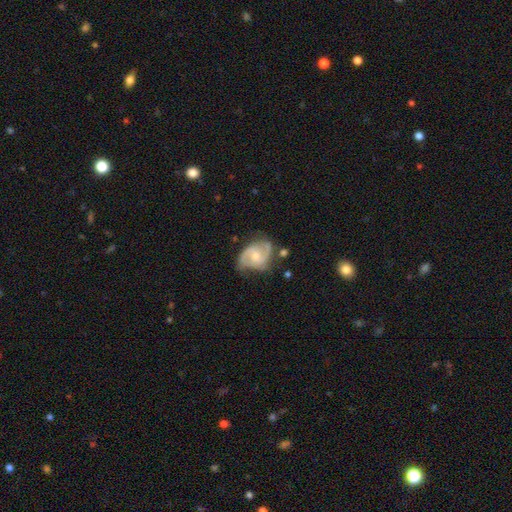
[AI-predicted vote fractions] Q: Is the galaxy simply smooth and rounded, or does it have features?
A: featured or disk — 83%.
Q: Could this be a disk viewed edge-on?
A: no — 98%.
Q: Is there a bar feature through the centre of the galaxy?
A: no — 56%.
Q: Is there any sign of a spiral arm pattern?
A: yes — 96%.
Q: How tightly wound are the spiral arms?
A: medium — 55%.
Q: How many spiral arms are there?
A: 2 — 77%.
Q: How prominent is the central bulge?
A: moderate — 45%.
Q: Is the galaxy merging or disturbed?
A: none — 61%.